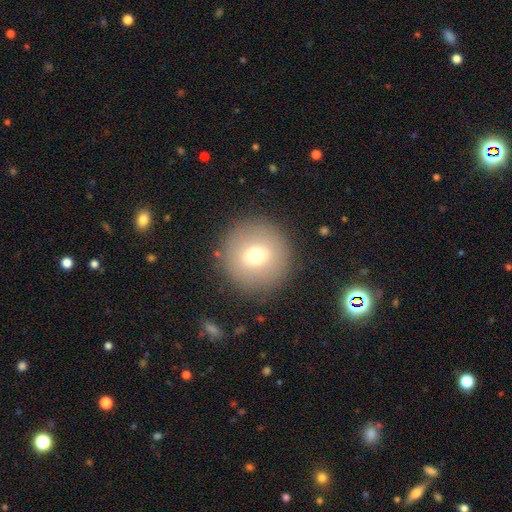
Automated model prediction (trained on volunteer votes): Smooth or featured? Predicted: smooth (p=0.69). How rounded? Predicted: round (p=0.96). Merging? Predicted: none (p=0.89).